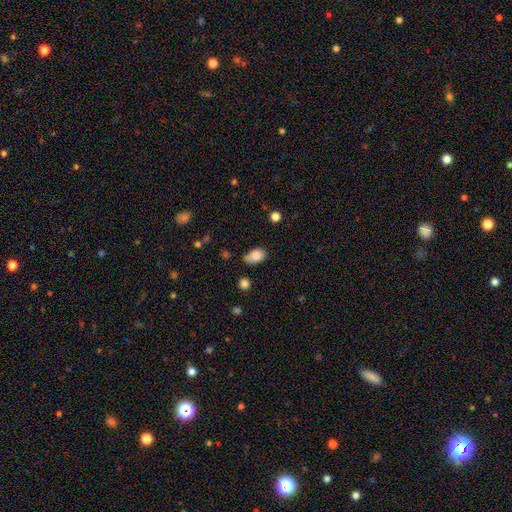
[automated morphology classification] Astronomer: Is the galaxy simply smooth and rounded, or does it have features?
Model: smooth — 85%.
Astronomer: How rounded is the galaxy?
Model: in between — 85%.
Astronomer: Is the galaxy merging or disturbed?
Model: none — 54% (runner-up: minor disturbance, 33%).